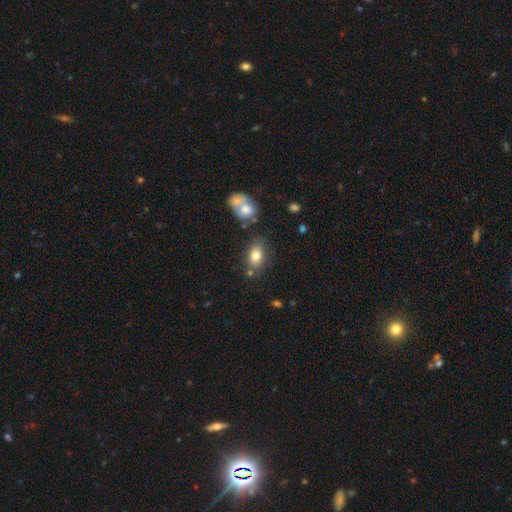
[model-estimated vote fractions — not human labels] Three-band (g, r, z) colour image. It shows a smooth galaxy with no disk features (79%) that is in between round and cigar-shaped (81%). Merging: none (72%).